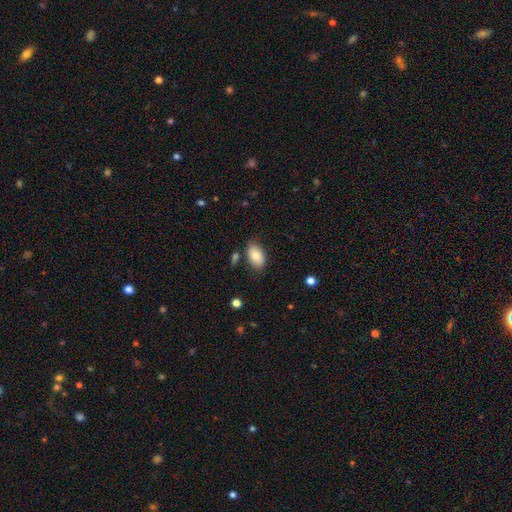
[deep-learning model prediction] Q: Smooth or featured?
A: smooth (82%); runner-up: featured or disk (11%)
Q: How rounded?
A: in between (93%); runner-up: round (6%)
Q: Merging?
A: none (78%); runner-up: minor disturbance (14%)